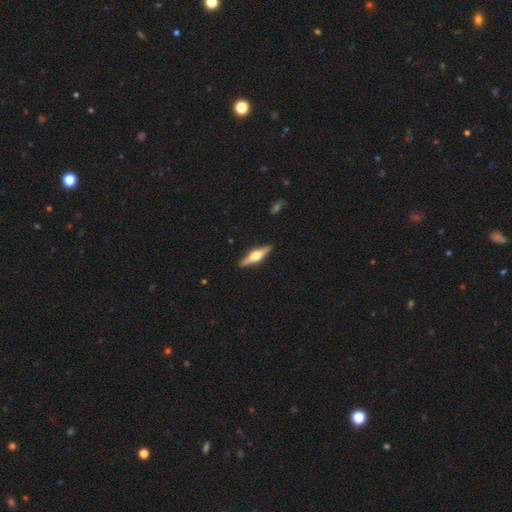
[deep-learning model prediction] A featured or disk galaxy (71%) viewed edge-on (96%) with a rounded central bulge (95%). Merging: none (90%).